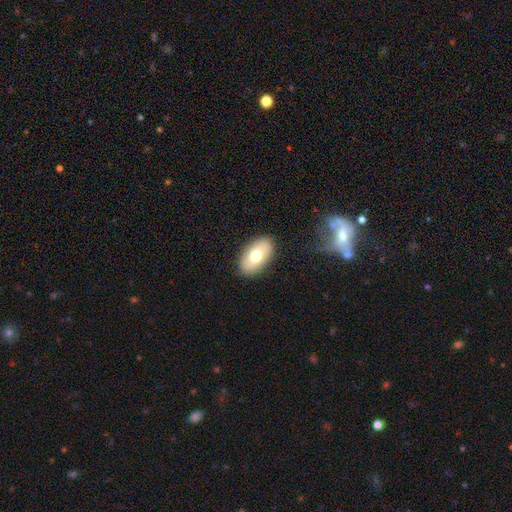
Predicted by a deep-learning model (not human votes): This appears to be a smooth galaxy with no disk features (69%) that is in between round and cigar-shaped (93%). Merging: none (87%).